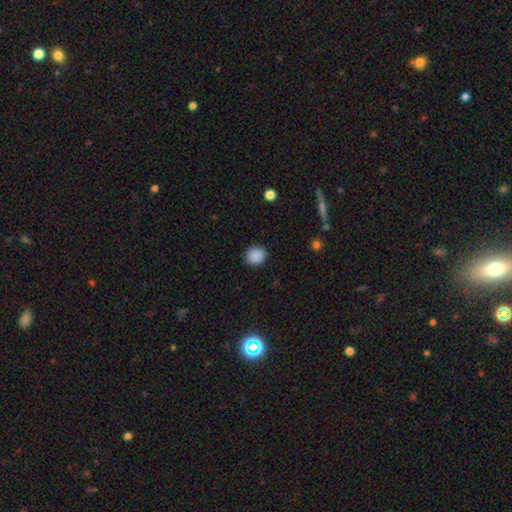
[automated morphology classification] Q: Smooth or featured?
A: smooth (88%); runner-up: star or artifact (9%)
Q: How rounded?
A: round (81%); runner-up: in between (18%)
Q: Merging?
A: none (90%); runner-up: minor disturbance (7%)